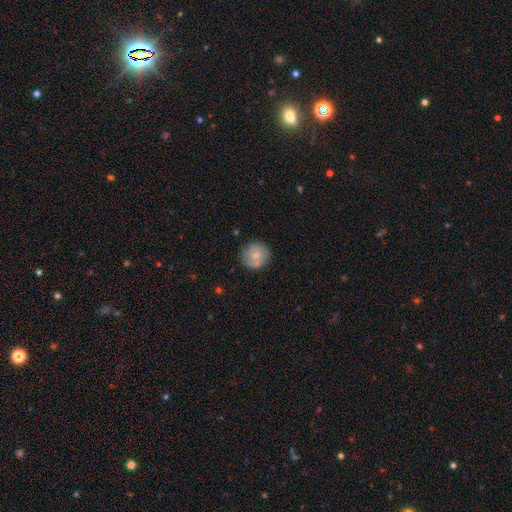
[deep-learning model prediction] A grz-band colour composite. It shows a smooth galaxy with no disk features (69%) that is round (90%). Merging: none (70%).